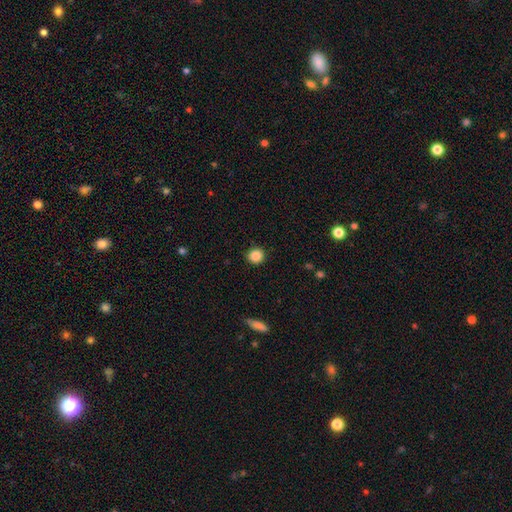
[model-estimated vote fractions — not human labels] The model was most divided on "smooth or featured": smooth: 87%, star or artifact: 10%, featured or disk: 3%. More confident: merging — none (91%); how rounded — round (91%).